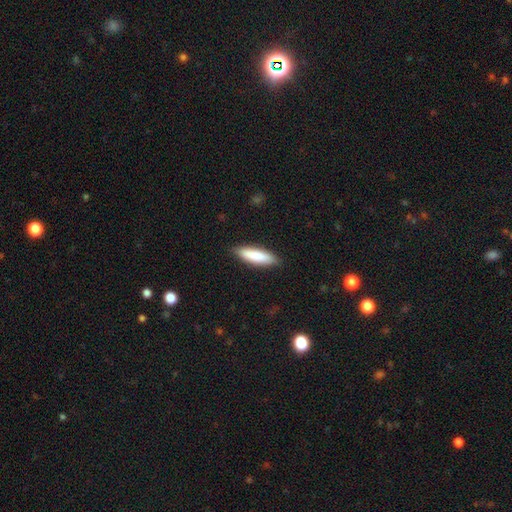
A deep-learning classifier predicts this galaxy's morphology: Smooth or featured? Predicted: smooth (p=0.85). How rounded? Predicted: cigar-shaped (p=0.63). Merging? Predicted: none (p=0.87).